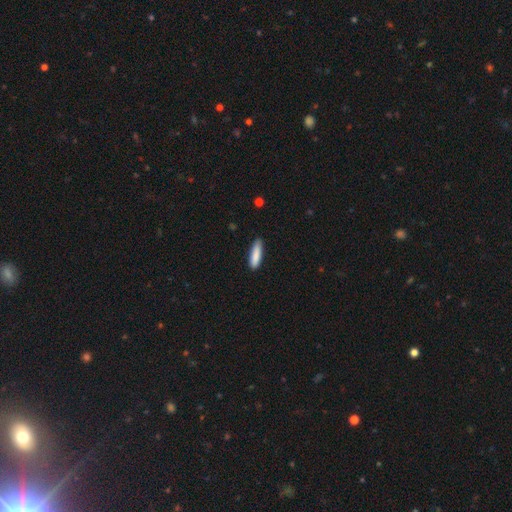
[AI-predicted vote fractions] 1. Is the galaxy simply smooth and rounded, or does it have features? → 87% smooth, 7% featured or disk, 6% star or artifact.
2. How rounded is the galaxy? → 67% cigar-shaped, 32% in between, 1% round.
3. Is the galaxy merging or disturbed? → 82% none, 15% minor disturbance, 2% major disturbance, 1% merger.